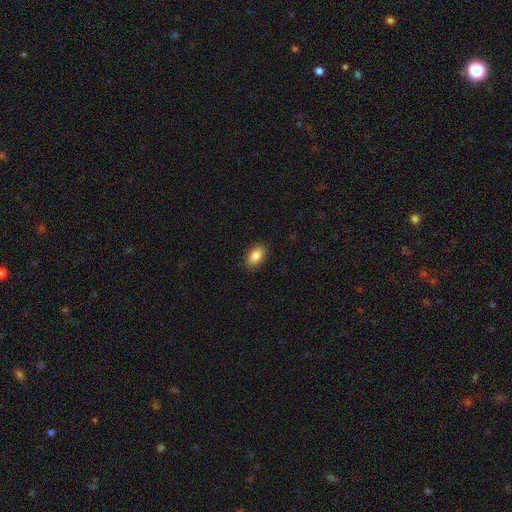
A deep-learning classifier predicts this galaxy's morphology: type=smooth (86%); roundness=in between (91%); merging=none (89%).